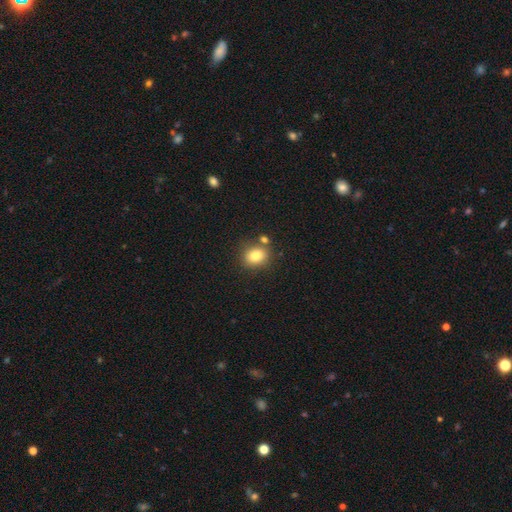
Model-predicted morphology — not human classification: type=smooth (81%); roundness=round (63%); merging=none (74%).